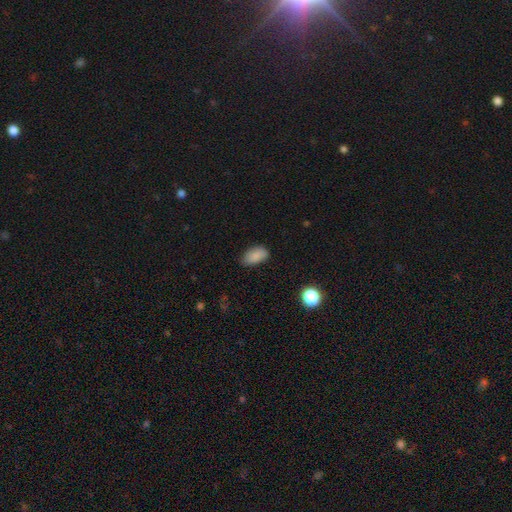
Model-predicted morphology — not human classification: A smooth galaxy with no disk features (86%) that is in between round and cigar-shaped (92%).

Vote fractions:
- Smooth or featured? smooth: 86% / star or artifact: 9% / featured or disk: 5%
- How rounded? in between: 92% / round: 5% / cigar-shaped: 3%
- Merging? none: 76% / minor disturbance: 19% / major disturbance: 3% / merger: 1%